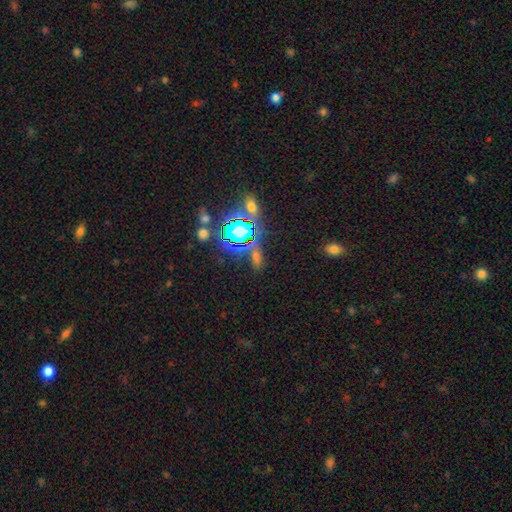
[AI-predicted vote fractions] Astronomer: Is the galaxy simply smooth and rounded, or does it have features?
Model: star or artifact — 56%.